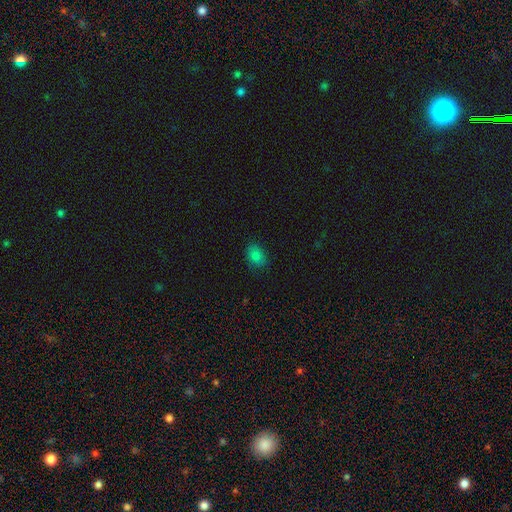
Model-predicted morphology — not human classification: Smooth or featured?
  - smooth: 81% *
  - star or artifact: 12%
  - featured or disk: 7%
How rounded?
  - in between: 66% *
  - round: 33%
  - cigar-shaped: 1%
Merging?
  - none: 80% *
  - minor disturbance: 16%
  - major disturbance: 3%
  - merger: 1%